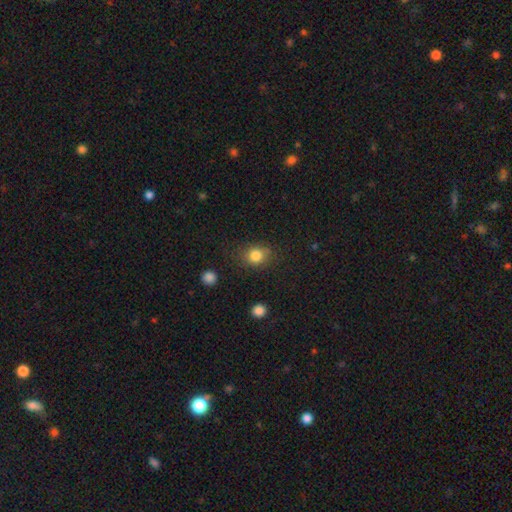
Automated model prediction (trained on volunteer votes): Smooth or featured? Predicted: smooth (p=0.83). How rounded? Predicted: round (p=0.63). Merging? Predicted: none (p=0.77).